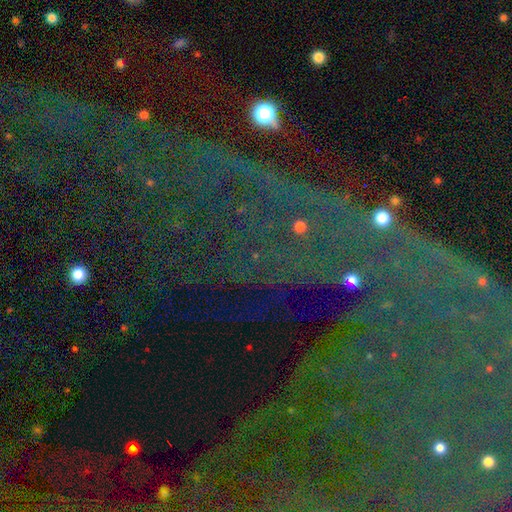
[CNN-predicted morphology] smooth-or-featured: star or artifact: 79% | featured or disk: 11% | smooth: 10%